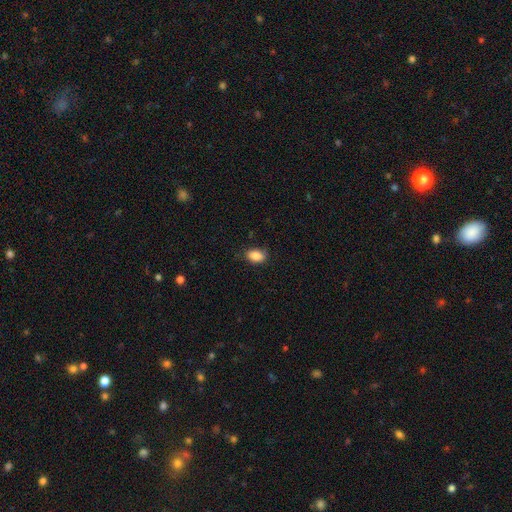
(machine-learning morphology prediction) Q: Smooth or featured?
A: smooth (87%); runner-up: star or artifact (8%)
Q: How rounded?
A: in between (86%); runner-up: round (12%)
Q: Merging?
A: none (78%); runner-up: minor disturbance (18%)